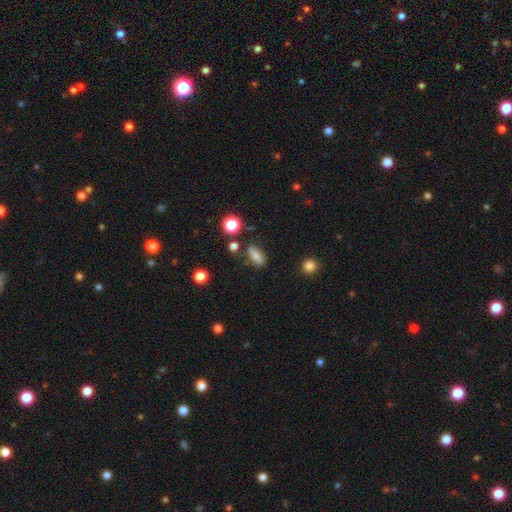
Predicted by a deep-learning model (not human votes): Q: Smooth or featured?
A: smooth (71%); runner-up: featured or disk (17%)
Q: How rounded?
A: in between (78%); runner-up: round (11%)
Q: Merging?
A: none (70%); runner-up: minor disturbance (19%)